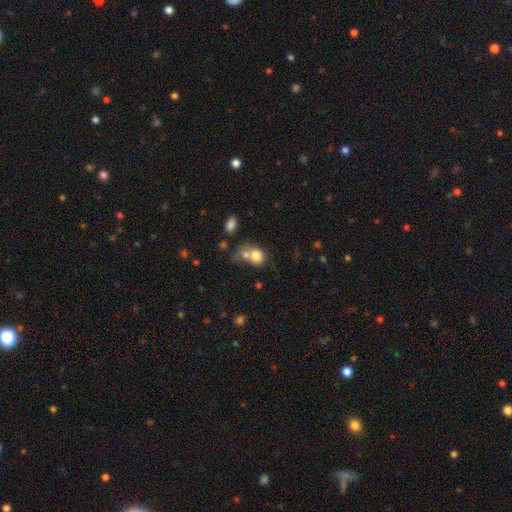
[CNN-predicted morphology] smooth-or-featured: smooth: 77% | featured or disk: 13% | star or artifact: 10%
  how-rounded: round: 60% | in between: 39% | cigar-shaped: 1%
  merging: merger: 53% | none: 29% | minor disturbance: 11% | major disturbance: 7%